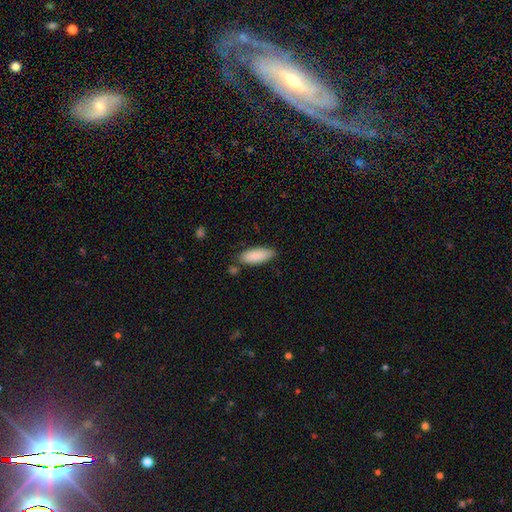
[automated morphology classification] This appears to be a smooth galaxy with no disk features (88%) that is in between round and cigar-shaped (73%). Merging: none (78%).